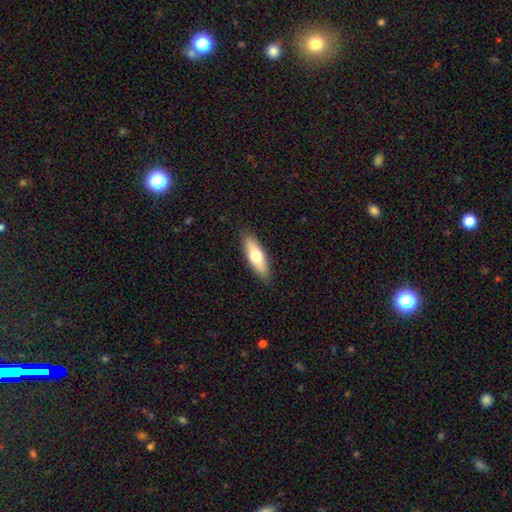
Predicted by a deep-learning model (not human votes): Morphology: type=smooth (66%); roundness=in between (57%); merging=none (88%).